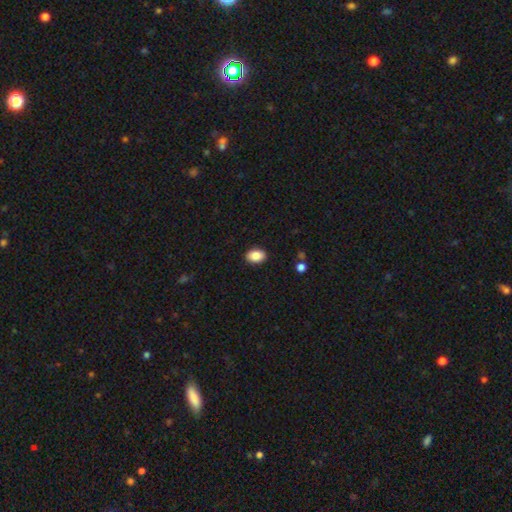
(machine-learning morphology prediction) Overall: smooth (87%). How rounded: in between (81%). Merging: none (90%).